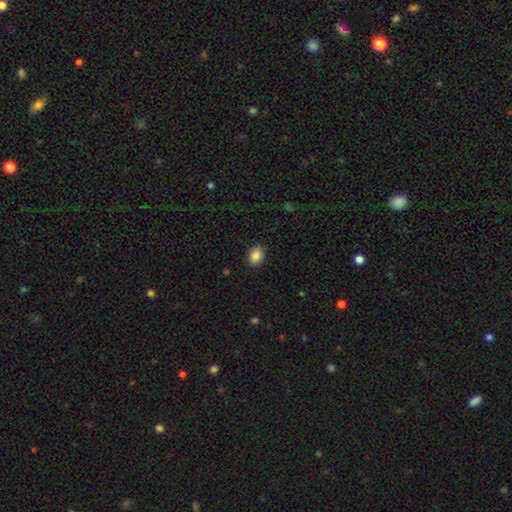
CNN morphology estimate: Overall: smooth (87%). How rounded: in between (68%; round 31%). Merging: none (87%).